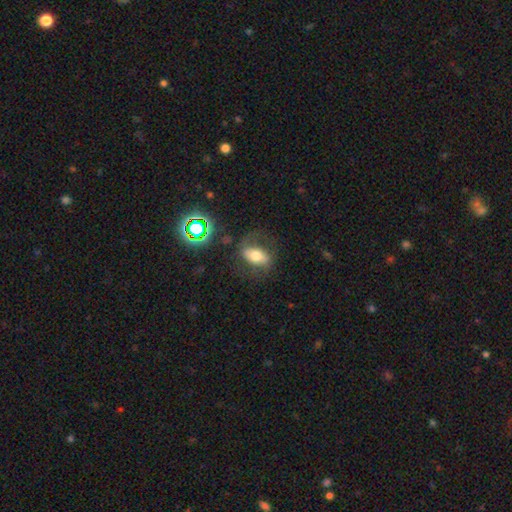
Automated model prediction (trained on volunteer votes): Q: Smooth or featured?
A: smooth (49%); runner-up: featured or disk (39%)
Q: Merging?
A: none (63%); runner-up: minor disturbance (18%)